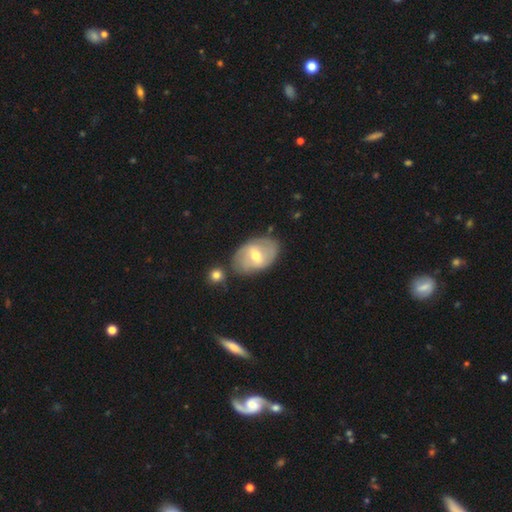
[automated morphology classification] Smooth or featured?
  - featured or disk: 58% *
  - smooth: 35%
  - star or artifact: 6%
Edge-on disk?
  - no: 93% *
  - yes: 7%
Bar?
  - weak: 55% *
  - strong: 26%
  - no: 19%
Spiral arms?
  - yes: 55% *
  - no: 45%
Bulge size?
  - moderate: 68% *
  - small: 26%
  - large: 4%
  - none: 1%
  - dominant: 1%
Merging?
  - none: 71% *
  - minor disturbance: 18%
  - merger: 7%
  - major disturbance: 5%